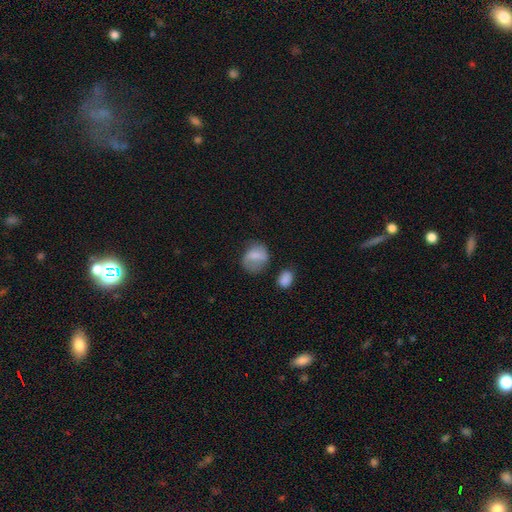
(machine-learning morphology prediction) The model was most divided on "how rounded": round: 52%, in between: 47%, cigar-shaped: 1%. Remaining: smooth or featured — smooth (72%); merging — none (49%).